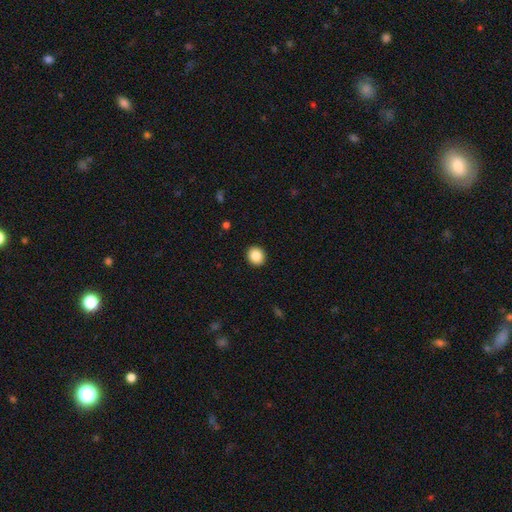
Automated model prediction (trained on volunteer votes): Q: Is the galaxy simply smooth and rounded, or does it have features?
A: smooth — 86%.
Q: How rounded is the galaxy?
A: round — 80%.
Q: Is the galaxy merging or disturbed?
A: none — 93%.